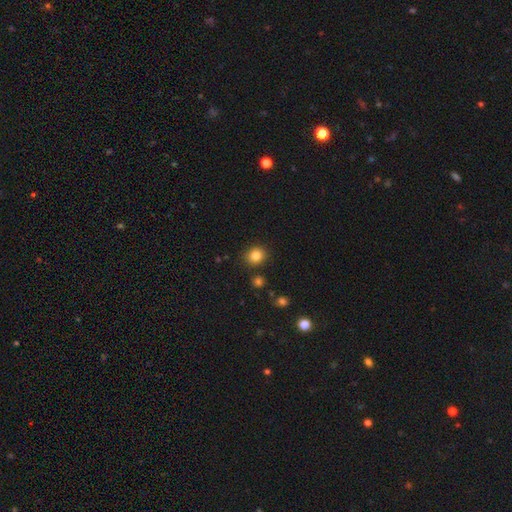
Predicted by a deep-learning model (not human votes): smooth-or-featured: smooth: 83% | star or artifact: 11% | featured or disk: 5%
  how-rounded: round: 80% | in between: 19% | cigar-shaped: 1%
  merging: none: 87% | minor disturbance: 7% | merger: 3% | major disturbance: 2%